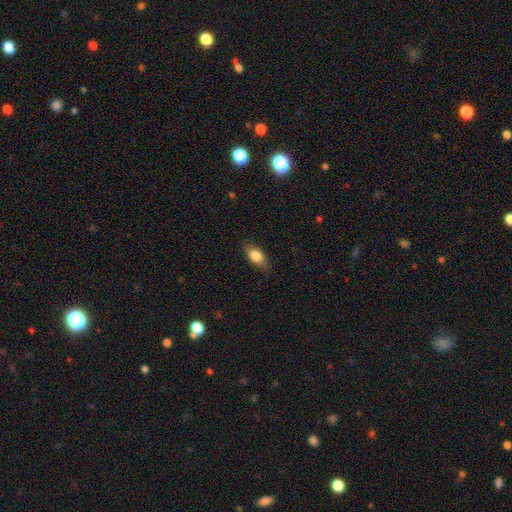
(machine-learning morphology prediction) Smooth or featured? Predicted: smooth (p=0.80). How rounded? Predicted: in between (p=0.85). Merging? Predicted: none (p=0.81).